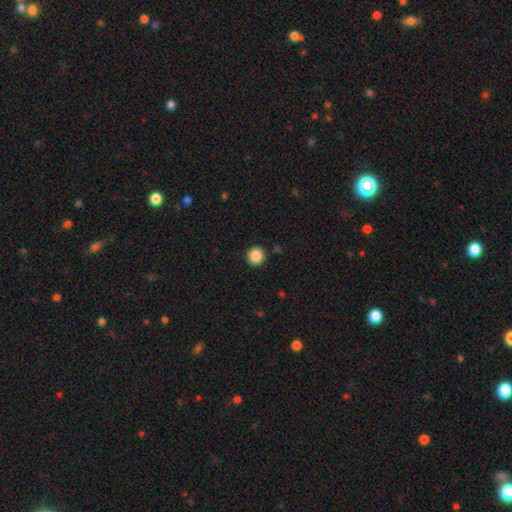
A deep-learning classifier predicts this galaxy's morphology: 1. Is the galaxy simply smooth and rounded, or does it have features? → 87% smooth, 9% star or artifact, 3% featured or disk.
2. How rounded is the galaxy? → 96% round, 3% in between, 1% cigar-shaped.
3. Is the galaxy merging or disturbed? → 93% none, 5% minor disturbance, 2% major disturbance, 1% merger.